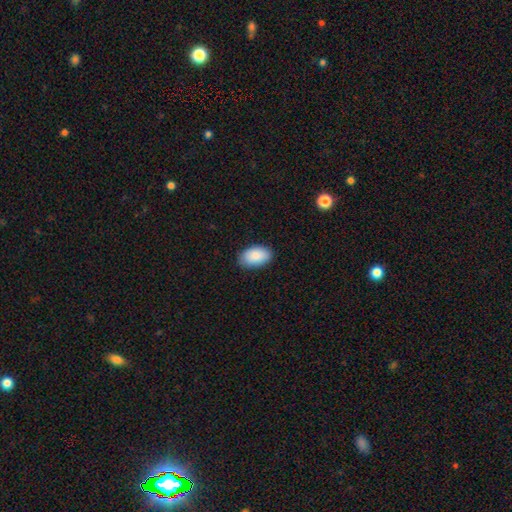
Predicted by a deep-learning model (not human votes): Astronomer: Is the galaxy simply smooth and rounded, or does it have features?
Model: smooth — 88%.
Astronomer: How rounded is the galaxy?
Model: in between — 94%.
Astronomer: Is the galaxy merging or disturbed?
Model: none — 86%.